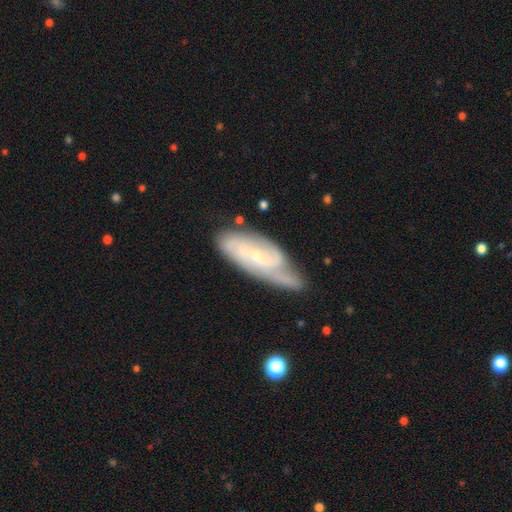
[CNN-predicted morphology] Overall: featured or disk (78%). Edge-on disk: no (91%). Bar: no (47%; weak 40%). Spiral arms: yes (93%). Spiral arm count: 2 (40%; can't tell 29%). Spiral winding: tight (47%; medium 39%). Bulge size: small (75%). Merging: none (58%; minor disturbance 28%).